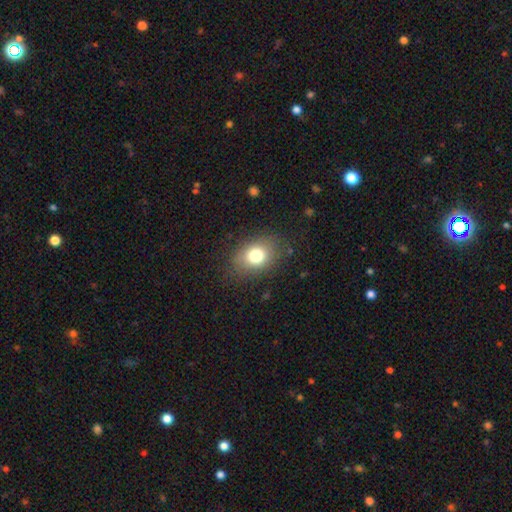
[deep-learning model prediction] Morphology: type=smooth (78%); roundness=in between (67%); merging=none (80%).